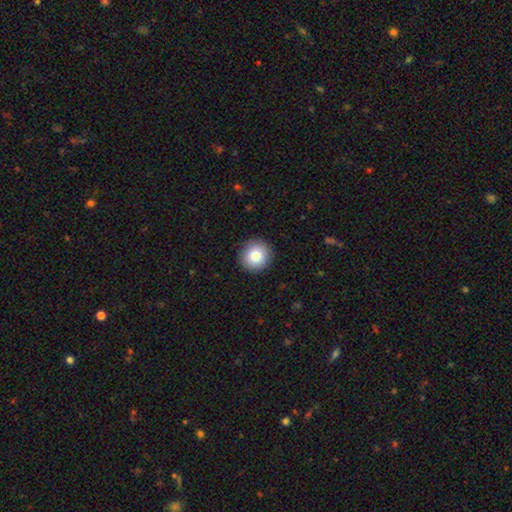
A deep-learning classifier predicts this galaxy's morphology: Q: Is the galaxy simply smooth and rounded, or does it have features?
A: smooth — 80%.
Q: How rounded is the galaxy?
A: round — 93%.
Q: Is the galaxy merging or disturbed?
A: none — 92%.